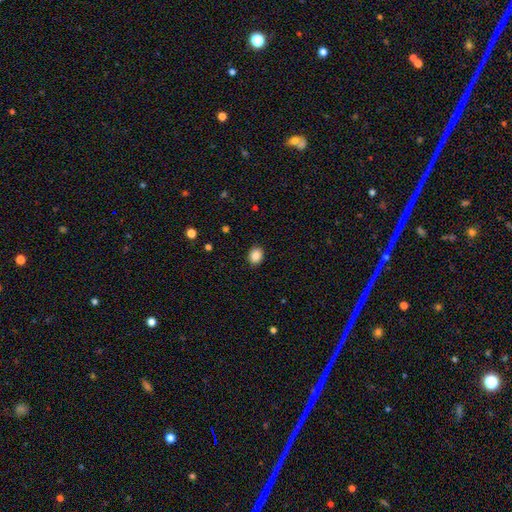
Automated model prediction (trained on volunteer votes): Q: Smooth or featured?
A: smooth (87%); runner-up: star or artifact (9%)
Q: How rounded?
A: round (50%); runner-up: in between (49%)
Q: Merging?
A: none (90%); runner-up: minor disturbance (7%)